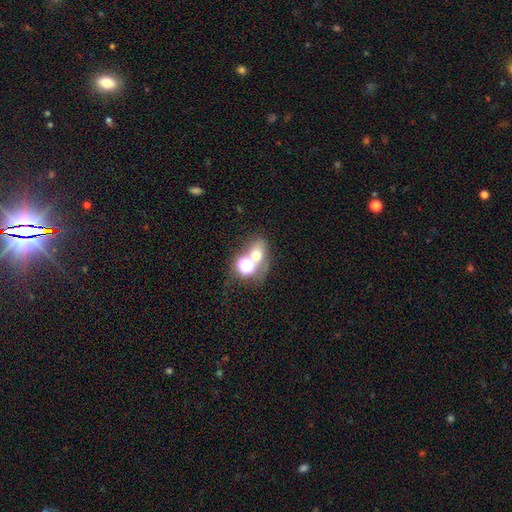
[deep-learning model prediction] A smooth galaxy with no disk features (56%) that is round (50%).

Vote fractions:
- Smooth or featured? smooth: 56% / star or artifact: 27% / featured or disk: 18%
- How rounded? round: 50% / in between: 49% / cigar-shaped: 2%
- Merging? merger: 42% / none: 41% / minor disturbance: 9% / major disturbance: 8%